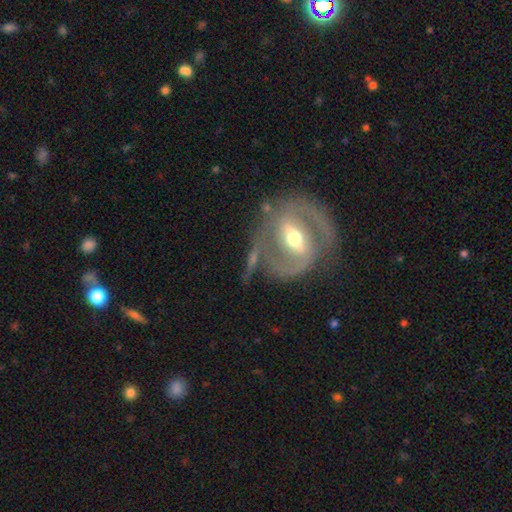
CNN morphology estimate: smooth-or-featured: featured or disk: 83% | smooth: 11% | star or artifact: 6%
  disk-edge-on: no: 94% | yes: 6%
    bar: strong: 53% | weak: 34% | no: 13%
    has-spiral-arms: yes: 86% | no: 14%
      spiral-winding: medium: 48% | tight: 36% | loose: 16%
      spiral-arm-count: 2: 83% | can't tell: 7% | 1: 5% | 3: 3% | 4: 1% | more than 4: 1%
    bulge-size: moderate: 71% | small: 21% | large: 6% | none: 1% | dominant: 1%
  merging: none: 65% | minor disturbance: 18% | major disturbance: 10% | merger: 6%